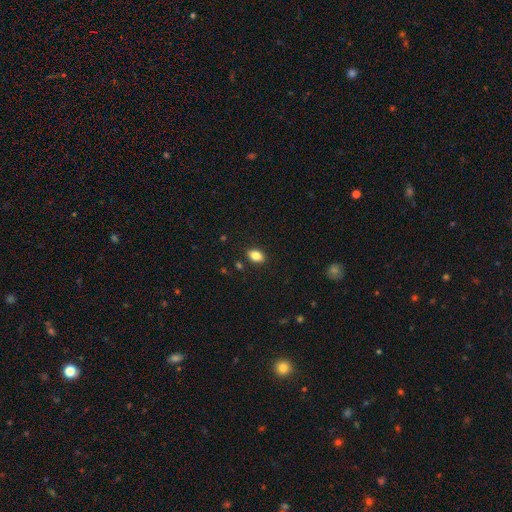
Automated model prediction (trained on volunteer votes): Overall: smooth (84%). How rounded: in between (82%). Merging: none (87%).